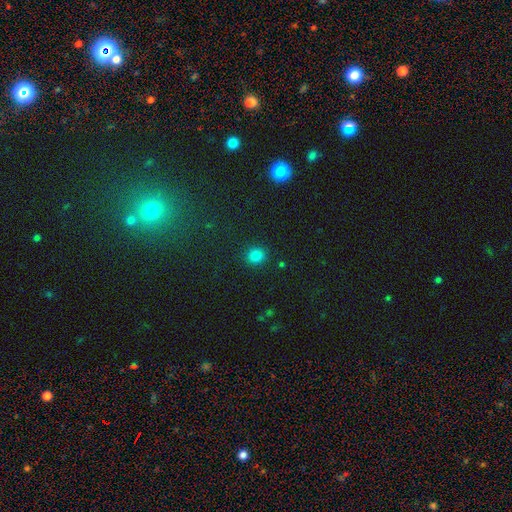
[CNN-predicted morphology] Overall: smooth (82%). How rounded: round (84%). Merging: none (90%).